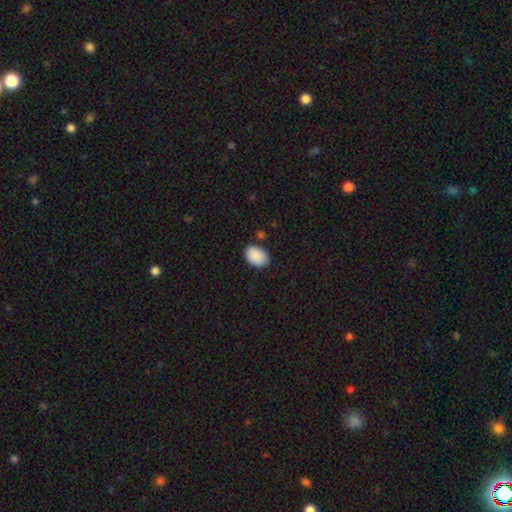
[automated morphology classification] type=smooth (90%); roundness=in between (81%); merging=none (82%).